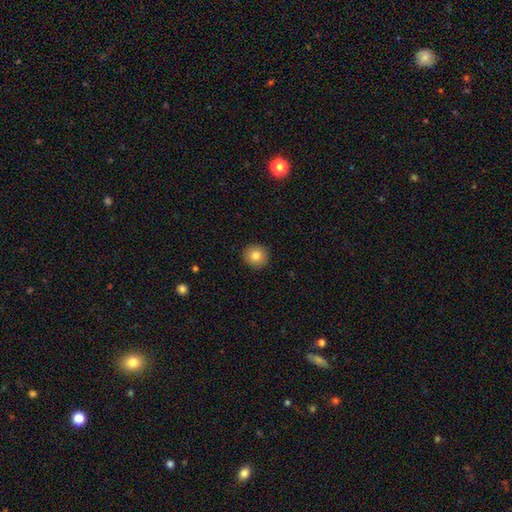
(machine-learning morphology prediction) This appears to be a smooth galaxy with no disk features (83%) that is round (94%). Merging: none (92%).